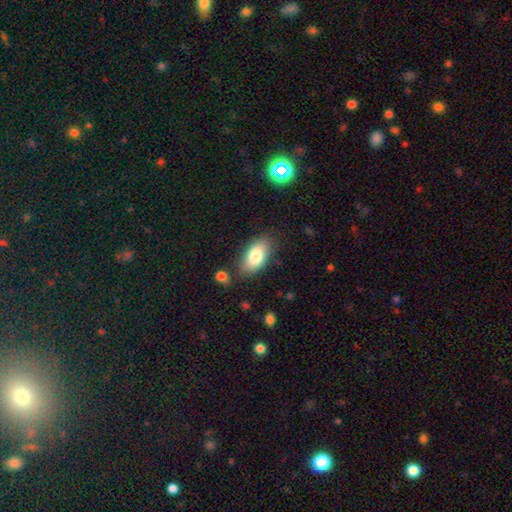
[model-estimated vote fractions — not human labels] Smooth or featured? smooth (80%)
How rounded? in between (92%)
Merging? none (79%)